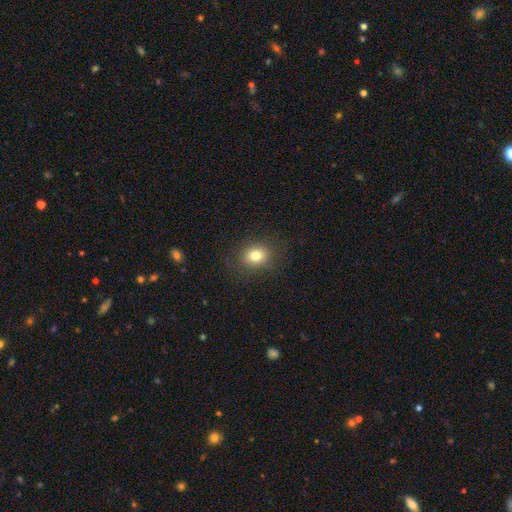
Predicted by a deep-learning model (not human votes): smooth-or-featured: smooth: 79% | star or artifact: 12% | featured or disk: 9%
  how-rounded: round: 63% | in between: 36% | cigar-shaped: 1%
  merging: none: 85% | minor disturbance: 10% | major disturbance: 4% | merger: 1%